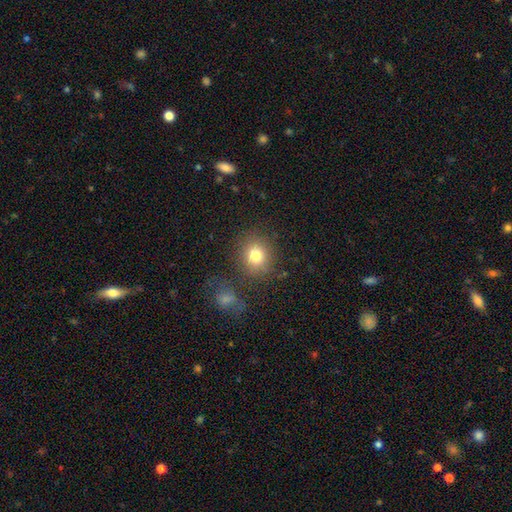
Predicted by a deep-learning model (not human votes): This appears to be a smooth galaxy with no disk features (79%) that is round (80%). Merging: none (79%).